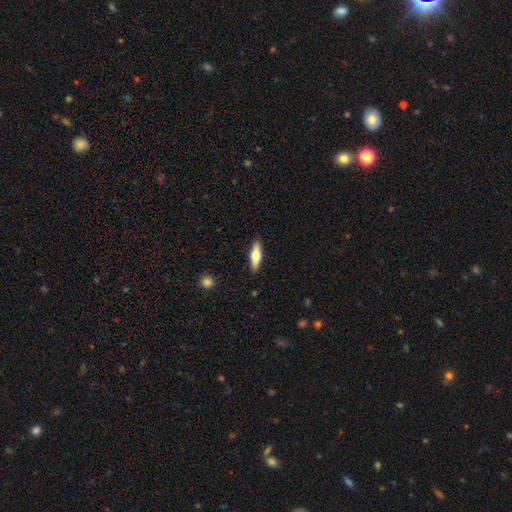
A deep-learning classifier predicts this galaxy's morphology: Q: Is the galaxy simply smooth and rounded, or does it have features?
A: smooth — 58%.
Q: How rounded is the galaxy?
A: cigar-shaped — 49%.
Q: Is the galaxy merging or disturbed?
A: none — 89%.